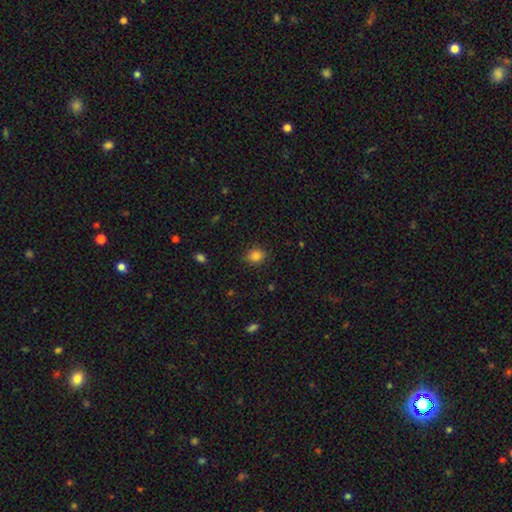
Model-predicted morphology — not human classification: smooth_or_featured: smooth (p=0.84) [alt: star or artifact p=0.12]
how_rounded: round (p=0.55) [alt: in between p=0.44]
merging: none (p=0.80) [alt: minor disturbance p=0.15]